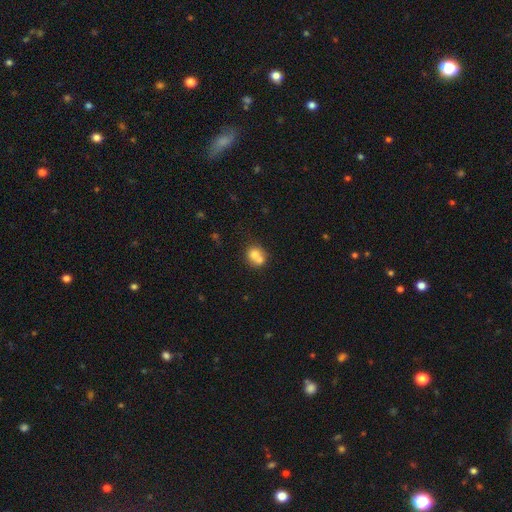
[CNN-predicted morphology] This is likely a smooth galaxy (69%). How rounded: likely round (75%). Merging: possibly merger (59%).